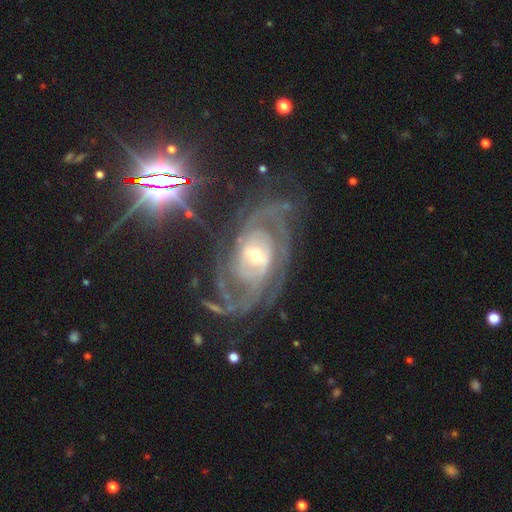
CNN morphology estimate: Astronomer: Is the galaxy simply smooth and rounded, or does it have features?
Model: featured or disk — 88%.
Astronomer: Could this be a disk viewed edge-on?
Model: no — 96%.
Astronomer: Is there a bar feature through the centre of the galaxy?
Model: no — 43% (runner-up: weak, 38%).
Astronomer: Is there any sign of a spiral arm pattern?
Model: yes — 97%.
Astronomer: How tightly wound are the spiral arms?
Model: tight — 52% (runner-up: medium, 39%).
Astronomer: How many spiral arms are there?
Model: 2 — 34% (runner-up: 3, 21%).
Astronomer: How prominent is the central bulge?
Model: moderate — 47%, tied with small at 47%.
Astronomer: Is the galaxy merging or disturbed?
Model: none — 67%.